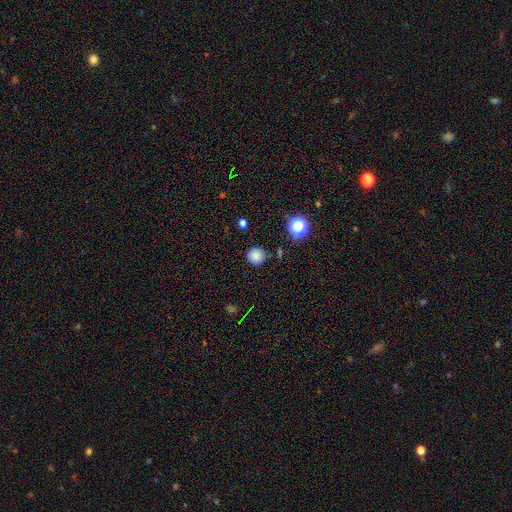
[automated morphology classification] This is clearly a smooth galaxy (82%). How rounded: clearly round (94%). Merging: clearly none (87%).